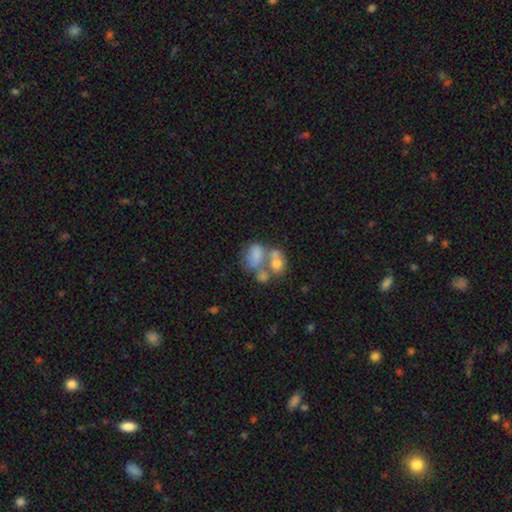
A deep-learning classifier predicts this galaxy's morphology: type=smooth (57%); roundness=in between (75%); merging=merger (57%).